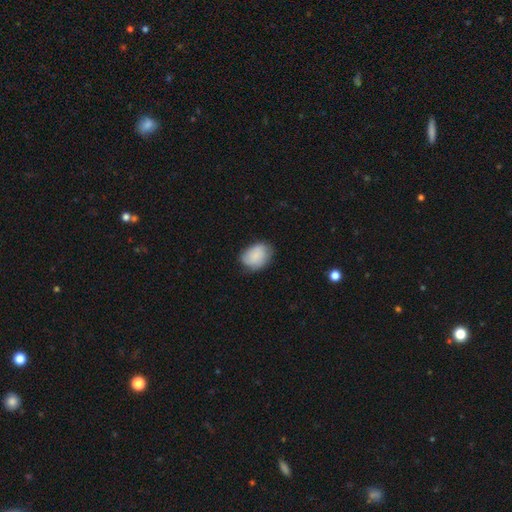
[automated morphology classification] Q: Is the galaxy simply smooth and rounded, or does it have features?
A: smooth — 81%.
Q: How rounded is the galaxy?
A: in between — 72%.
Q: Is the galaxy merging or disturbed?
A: none — 66%.